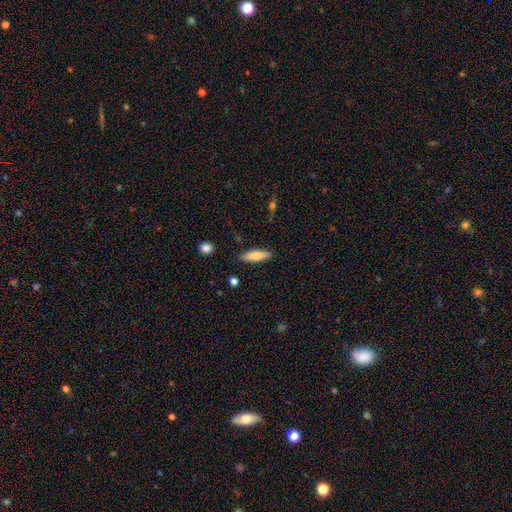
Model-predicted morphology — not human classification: smooth_or_featured: smooth (p=0.70) [alt: featured or disk p=0.24]
how_rounded: cigar-shaped (p=0.61) [alt: in between p=0.37]
merging: none (p=0.87) [alt: minor disturbance p=0.09]